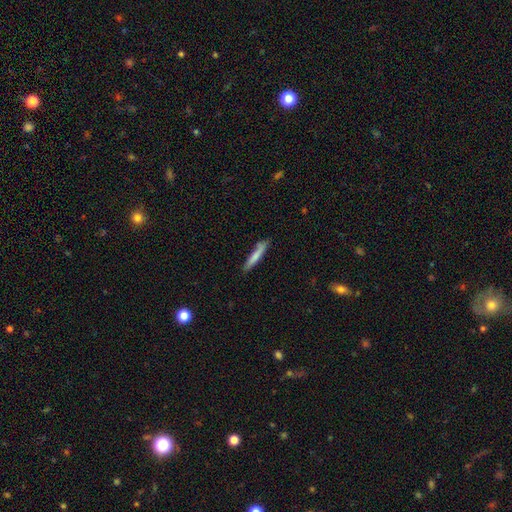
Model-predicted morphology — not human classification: This appears to be a smooth galaxy with no disk features (72%) that is cigar-shaped (92%). Merging: none (76%).